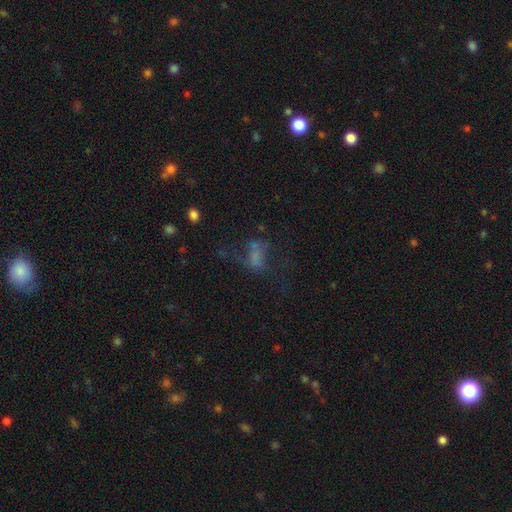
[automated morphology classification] Smooth or featured? smooth (42%)
Merging? major disturbance (42%)